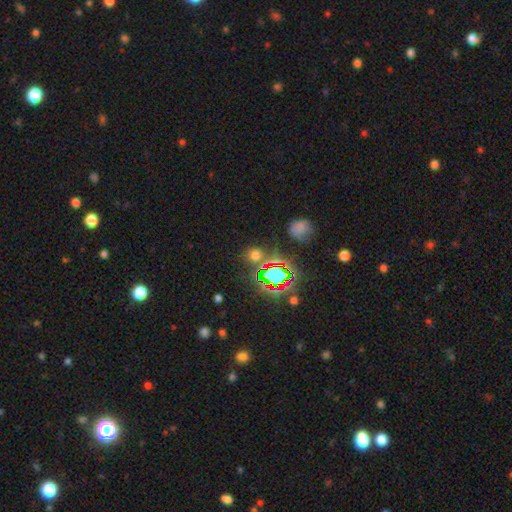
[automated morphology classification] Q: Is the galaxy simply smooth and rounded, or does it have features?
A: star or artifact — 47%.